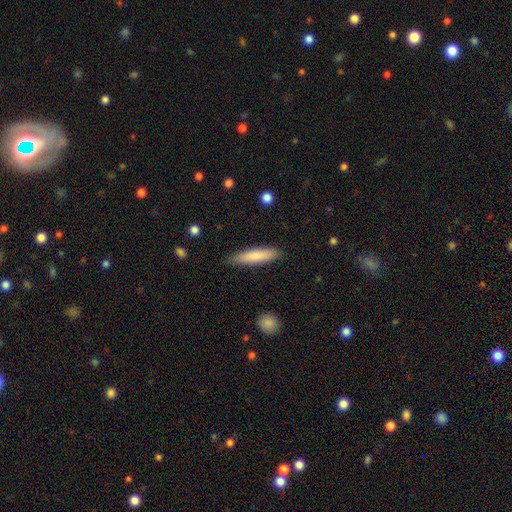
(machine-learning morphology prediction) Smooth or featured? Predicted: smooth (p=0.81). How rounded? Predicted: cigar-shaped (p=0.79). Merging? Predicted: none (p=0.87).